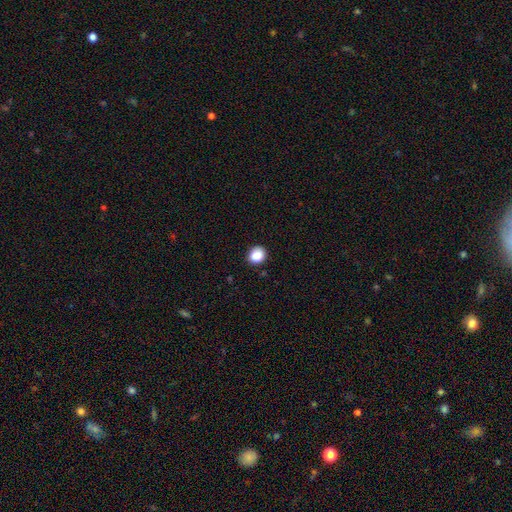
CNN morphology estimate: smooth-or-featured: smooth: 86% | star or artifact: 10% | featured or disk: 4%
  how-rounded: round: 78% | in between: 21% | cigar-shaped: 1%
  merging: none: 89% | minor disturbance: 8% | major disturbance: 2% | merger: 1%